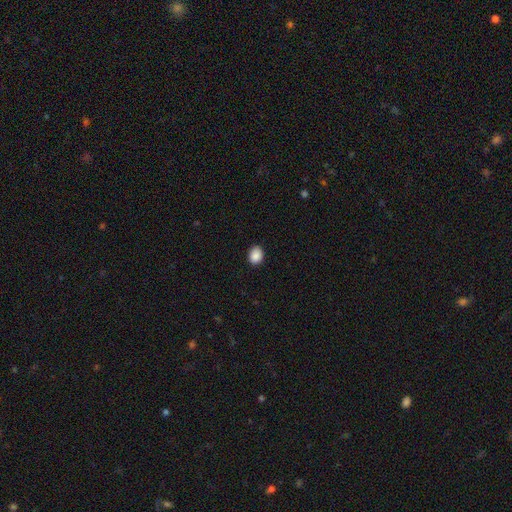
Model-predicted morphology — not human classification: smooth 89%, star or artifact 8%, featured or disk 3%. Down the decision tree: how rounded — in between (53%); merging — none (88%).